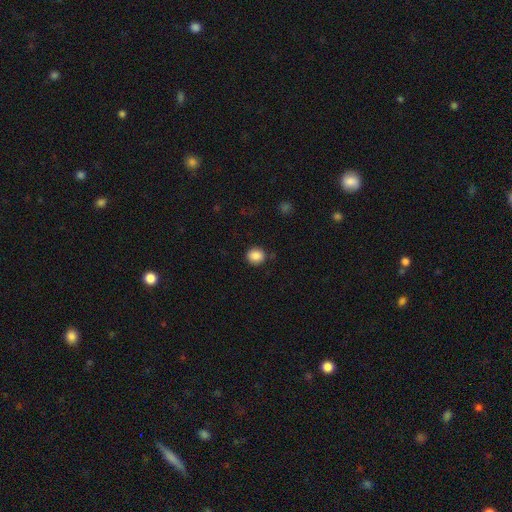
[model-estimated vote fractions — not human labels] A smooth galaxy with no disk features (88%) that is round (73%).

Vote fractions:
- Smooth or featured? smooth: 88% / star or artifact: 9% / featured or disk: 3%
- How rounded? round: 73% / in between: 26% / cigar-shaped: 1%
- Merging? none: 85% / minor disturbance: 11% / major disturbance: 3% / merger: 1%